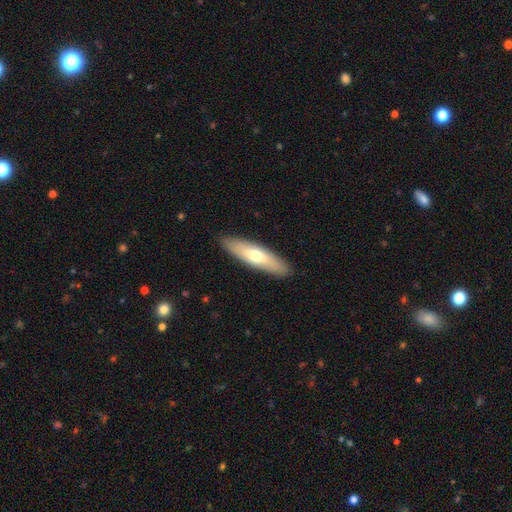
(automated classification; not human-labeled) Overall: smooth (55%; featured or disk 39%). How rounded: cigar-shaped (63%; in between 35%). Merging: none (89%).